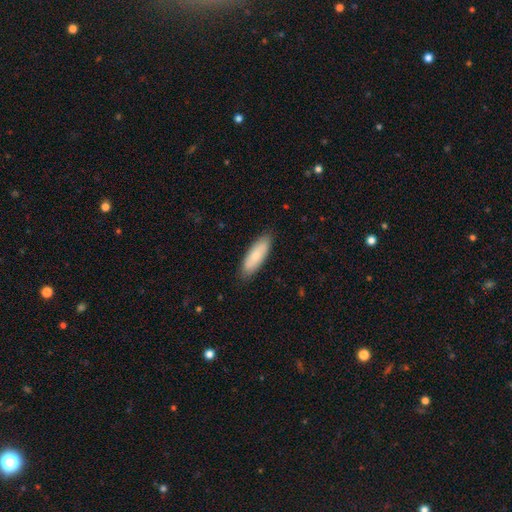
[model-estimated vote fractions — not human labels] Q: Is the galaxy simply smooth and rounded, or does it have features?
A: smooth — 75%.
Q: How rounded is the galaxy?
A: in between — 61%.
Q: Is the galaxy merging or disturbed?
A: none — 85%.